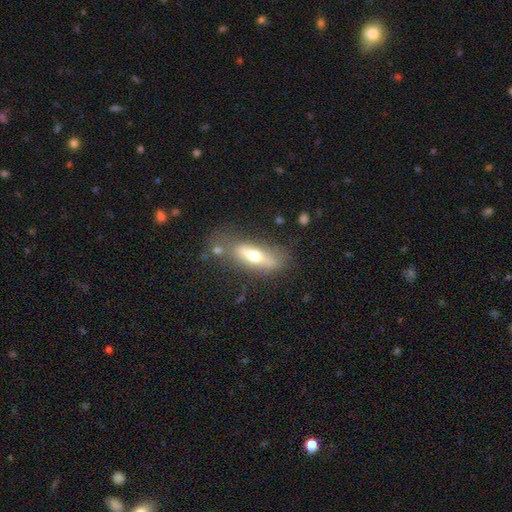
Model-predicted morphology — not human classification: This appears to be a smooth galaxy with no disk features (49%). Merging: none (61%).